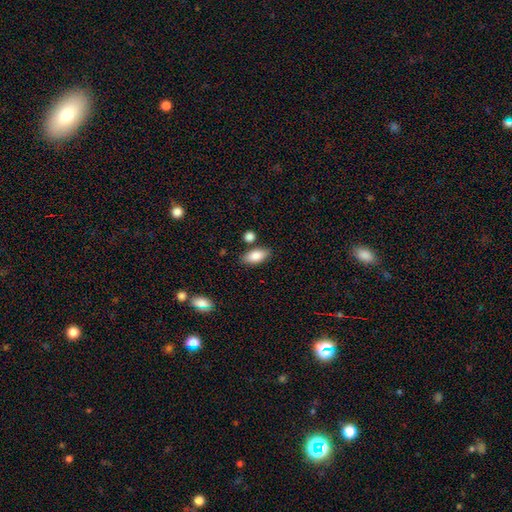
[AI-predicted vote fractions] A smooth galaxy with no disk features (86%) that is in between round and cigar-shaped (90%).

Vote fractions:
- Smooth or featured? smooth: 86% / featured or disk: 7% / star or artifact: 7%
- How rounded? in between: 90% / cigar-shaped: 6% / round: 4%
- Merging? none: 78% / minor disturbance: 12% / merger: 7% / major disturbance: 3%